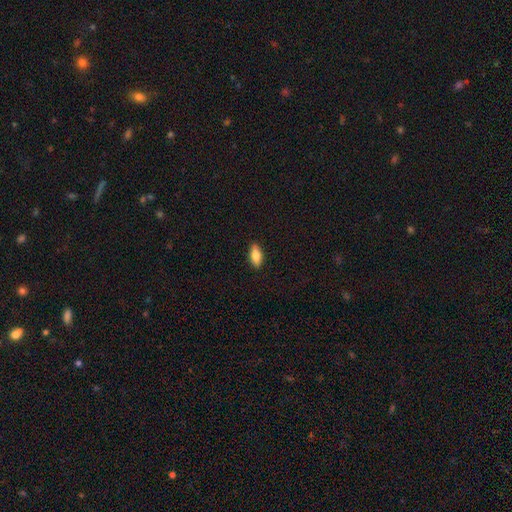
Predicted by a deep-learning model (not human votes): smooth 78%, featured or disk 16%, star or artifact 7%. Down the decision tree: how rounded — in between (81%); merging — none (89%).